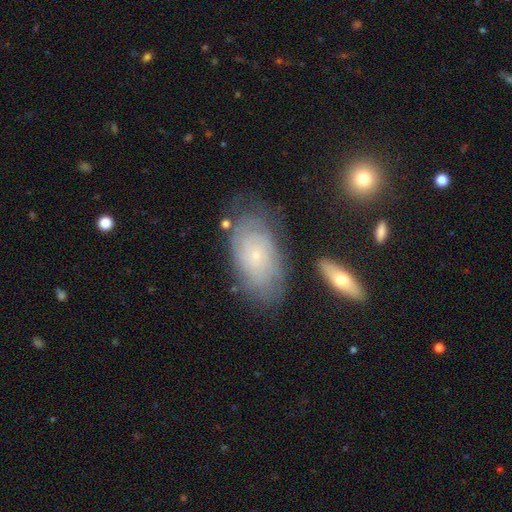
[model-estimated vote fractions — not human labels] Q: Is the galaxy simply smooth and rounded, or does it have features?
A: featured or disk — 65%.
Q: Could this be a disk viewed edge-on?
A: no — 94%.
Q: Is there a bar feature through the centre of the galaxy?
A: no — 85%.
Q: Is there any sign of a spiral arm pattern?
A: yes — 84%.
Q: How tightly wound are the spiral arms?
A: tight — 73%.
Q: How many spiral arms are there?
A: can't tell — 60%.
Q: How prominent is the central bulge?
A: small — 87%.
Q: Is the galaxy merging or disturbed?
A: none — 68%.